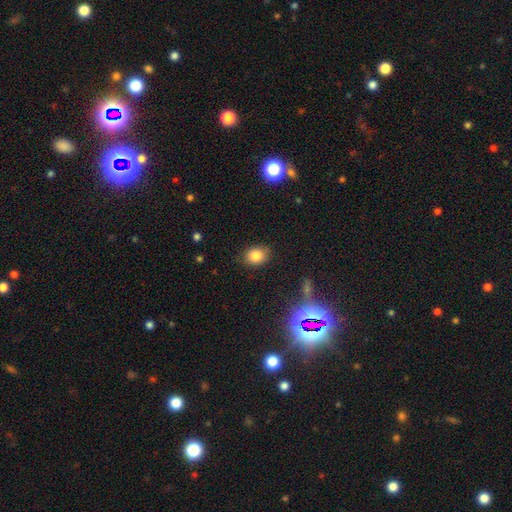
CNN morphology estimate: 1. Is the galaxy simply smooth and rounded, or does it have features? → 82% smooth, 11% star or artifact, 6% featured or disk.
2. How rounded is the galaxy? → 54% in between, 44% round, 1% cigar-shaped.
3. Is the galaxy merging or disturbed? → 81% none, 14% minor disturbance, 3% major disturbance, 2% merger.